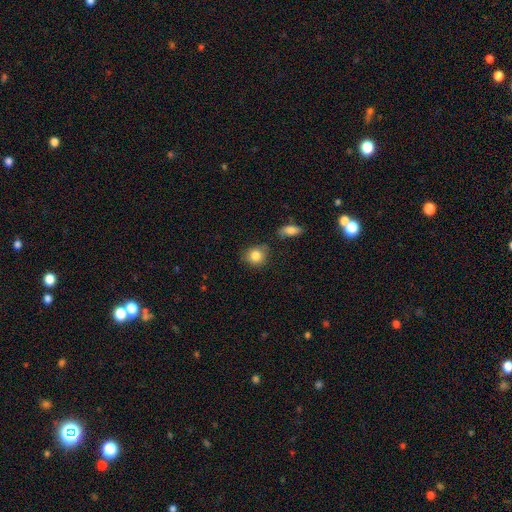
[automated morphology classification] Smooth or featured: smooth — 84% (star or artifact — 9%)
How rounded: round — 79% (in between — 20%)
Merging: none — 73% (minor disturbance — 18%)